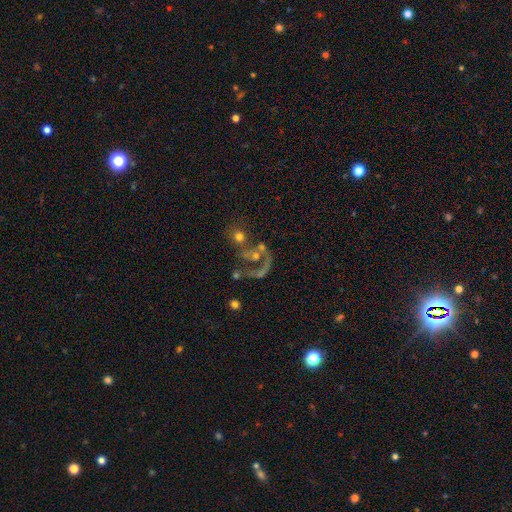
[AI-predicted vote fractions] smooth_or_featured: featured or disk (p=0.55) [alt: smooth p=0.28]
disk_edge_on: no (p=0.97) [alt: yes p=0.03]
bar: no (p=0.82) [alt: weak p=0.13]
has_spiral_arms: no (p=0.55) [alt: yes p=0.45]
bulge_size: moderate (p=0.33) [alt: small p=0.28]
merging: merger (p=0.41) [alt: none p=0.25]